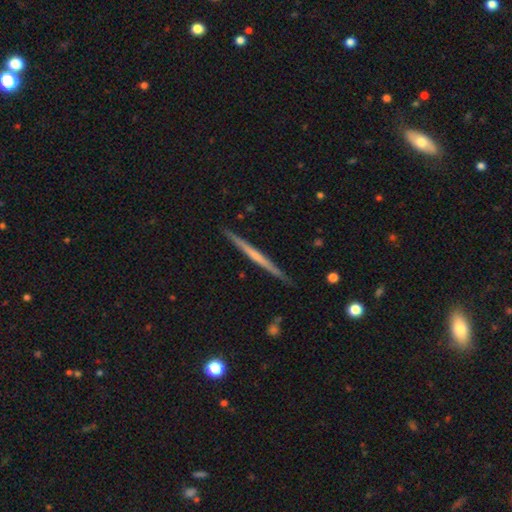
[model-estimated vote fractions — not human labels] Smooth or featured: featured or disk — 62% (smooth — 33%)
Edge-on disk: yes — 98% (no — 2%)
Edge-on bulge: none — 78% (rounded — 16%)
Merging: none — 91% (minor disturbance — 7%)